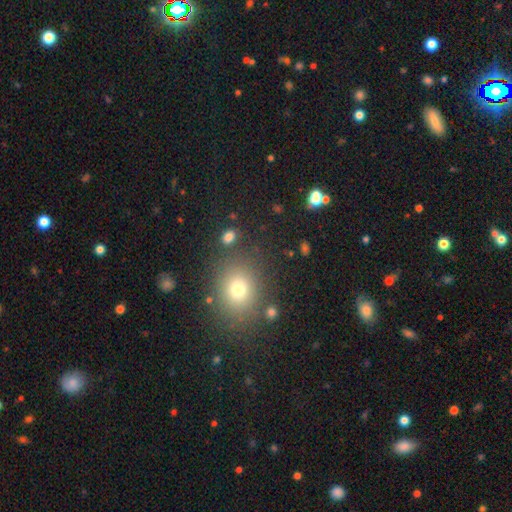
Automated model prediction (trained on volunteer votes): Smooth or featured? Predicted: smooth (p=0.65). How rounded? Predicted: round (p=0.60). Merging? Predicted: none (p=0.85).